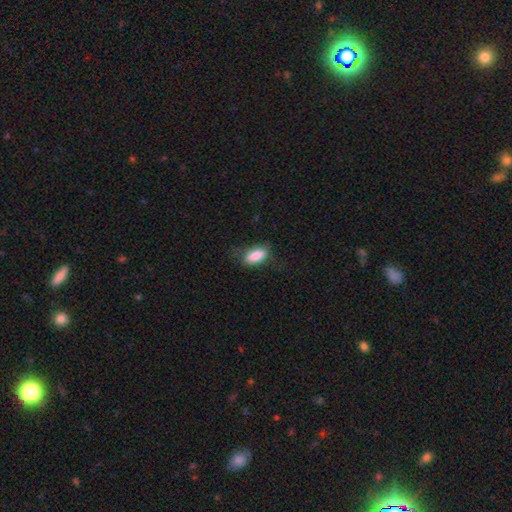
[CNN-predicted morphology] The model was most divided on "merging": none: 66%, minor disturbance: 24%, major disturbance: 10%, merger: 1%. More confident: how rounded — in between (86%); smooth or featured — smooth (84%).